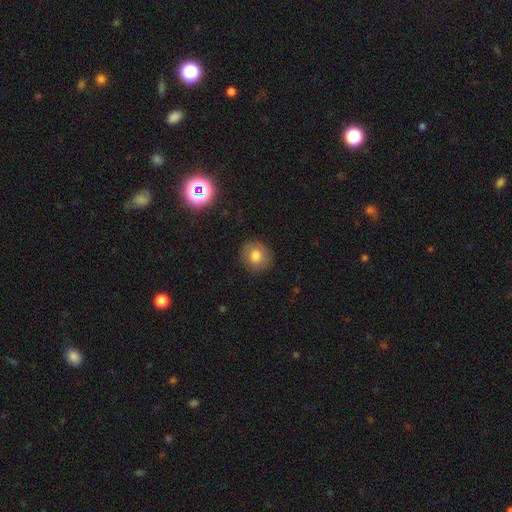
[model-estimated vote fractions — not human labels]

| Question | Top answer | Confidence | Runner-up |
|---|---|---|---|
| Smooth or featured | smooth | 75% | featured or disk (14%) |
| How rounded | round | 80% | in between (19%) |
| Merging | none | 84% | minor disturbance (11%) |